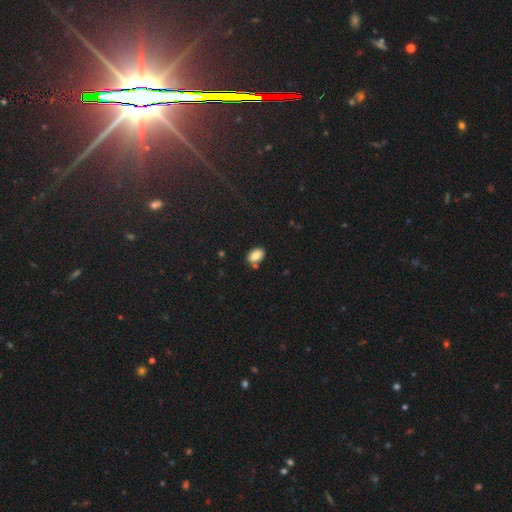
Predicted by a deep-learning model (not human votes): This appears to be a smooth galaxy with no disk features (83%) that is in between round and cigar-shaped (90%). Merging: none (74%).